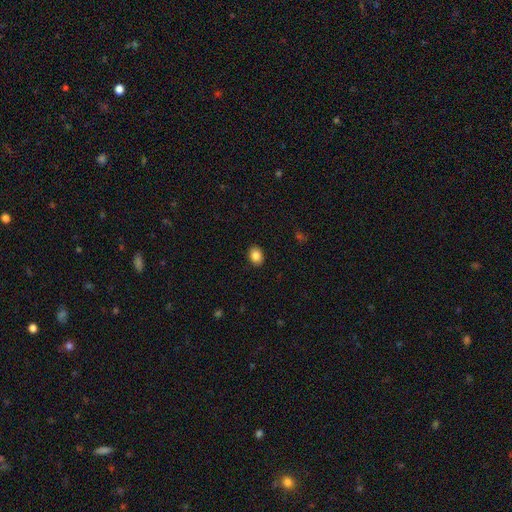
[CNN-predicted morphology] smooth_or_featured: smooth (p=0.86) [alt: star or artifact p=0.09]
how_rounded: in between (p=0.65) [alt: round p=0.34]
merging: none (p=0.90) [alt: minor disturbance p=0.07]